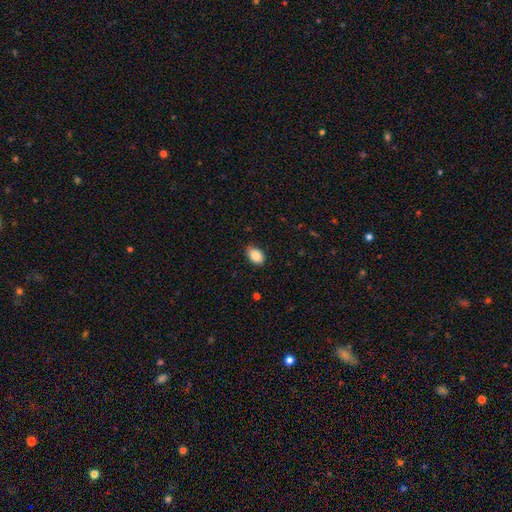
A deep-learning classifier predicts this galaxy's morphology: smooth_or_featured: smooth (p=0.88) [alt: star or artifact p=0.07]
how_rounded: in between (p=0.88) [alt: round p=0.11]
merging: none (p=0.82) [alt: minor disturbance p=0.15]